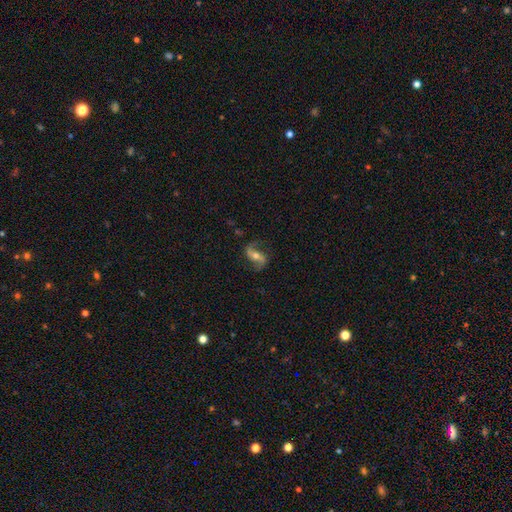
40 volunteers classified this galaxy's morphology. type=featured or disk (90%); edge-on=no (97%); bar=strong (46%); spiral arms=yes (94%); winding=loose (64%); arm count=2 (97%); bulge=moderate (69%); merging=none (85%).